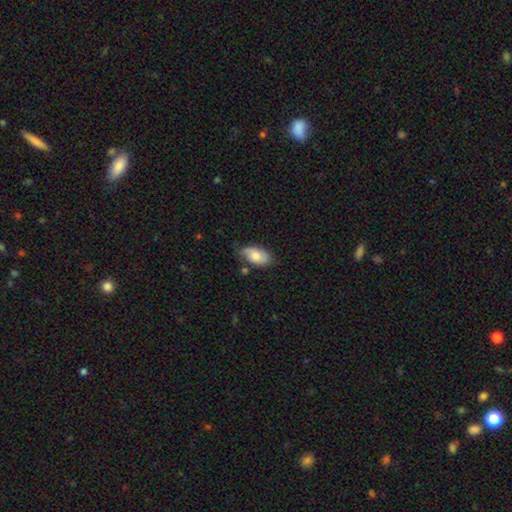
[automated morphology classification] A smooth galaxy with no disk features (72%) that is in between round and cigar-shaped (94%). Merging: none (66%).